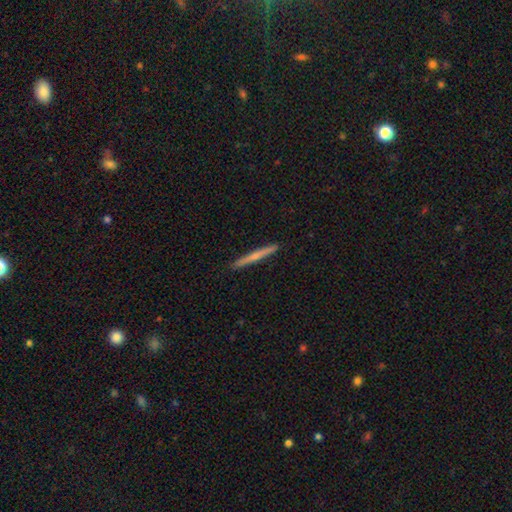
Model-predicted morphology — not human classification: This appears to be a featured or disk galaxy (49%). Merging: none (92%).